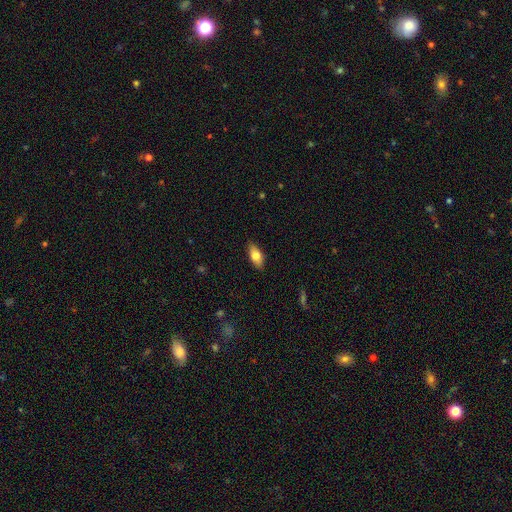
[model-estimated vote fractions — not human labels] smooth_or_featured: smooth (p=0.71) [alt: featured or disk p=0.22]
how_rounded: in between (p=0.83) [alt: cigar-shaped p=0.14]
merging: none (p=0.87) [alt: minor disturbance p=0.10]